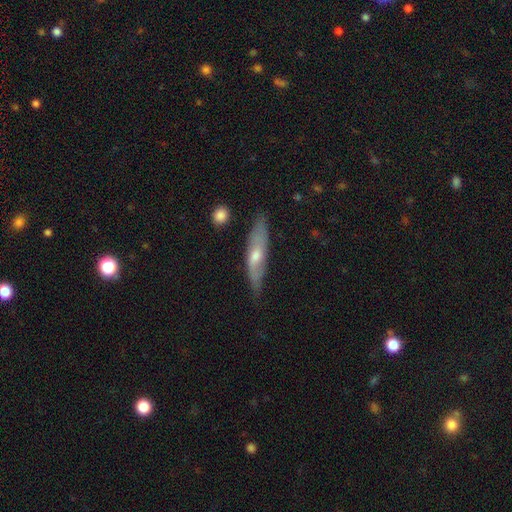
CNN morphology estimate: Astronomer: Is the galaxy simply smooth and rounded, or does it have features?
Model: featured or disk — 57% (runner-up: smooth, 35%).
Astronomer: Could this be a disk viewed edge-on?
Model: yes — 66%.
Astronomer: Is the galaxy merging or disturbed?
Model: none — 78%.